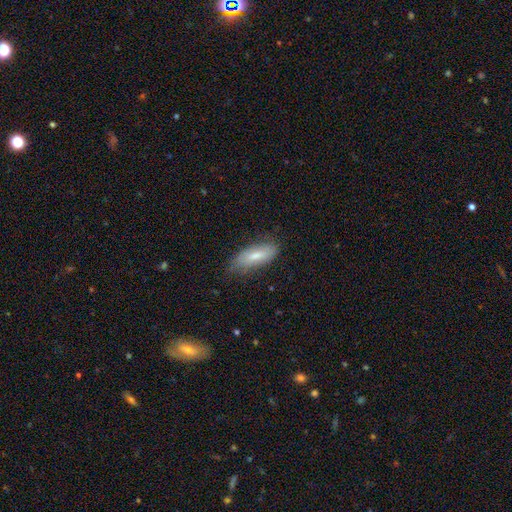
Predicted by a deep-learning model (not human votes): The model was most divided on "how rounded": in between: 71%, cigar-shaped: 27%, round: 2%. More confident: smooth or featured — smooth (72%); merging — none (71%).